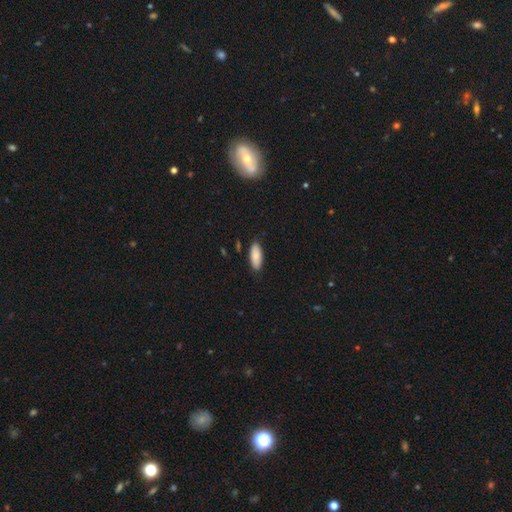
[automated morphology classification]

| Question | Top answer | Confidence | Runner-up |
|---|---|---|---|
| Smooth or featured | smooth | 83% | featured or disk (11%) |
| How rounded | in between | 82% | cigar-shaped (17%) |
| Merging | none | 85% | minor disturbance (12%) |